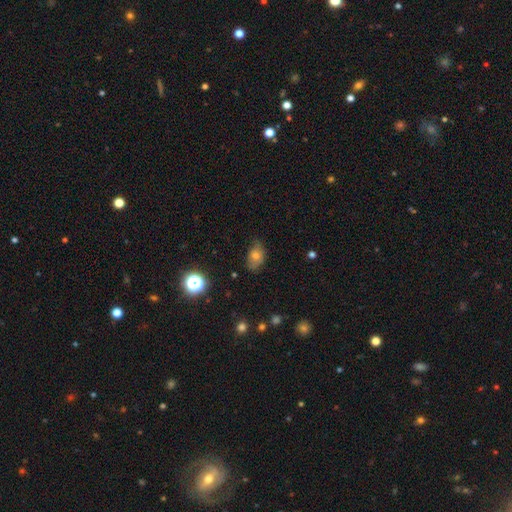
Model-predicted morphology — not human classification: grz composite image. It shows a smooth galaxy with no disk features (64%) that is in between round and cigar-shaped (79%). Merging: none (62%).